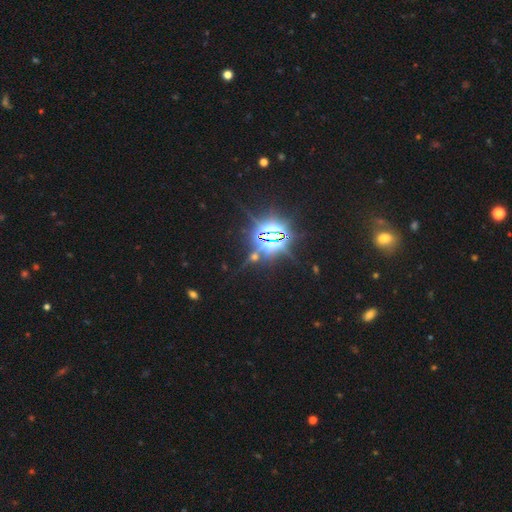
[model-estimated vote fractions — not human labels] smooth-or-featured: star or artifact: 85% | featured or disk: 8% | smooth: 7%